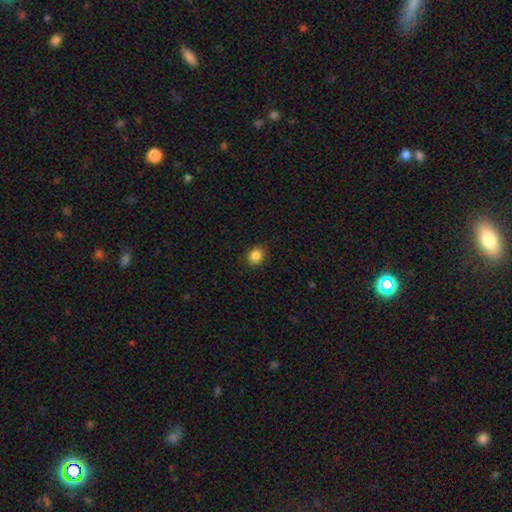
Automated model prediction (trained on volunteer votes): Q: Smooth or featured?
A: smooth (85%); runner-up: star or artifact (11%)
Q: How rounded?
A: round (74%); runner-up: in between (25%)
Q: Merging?
A: none (88%); runner-up: minor disturbance (9%)